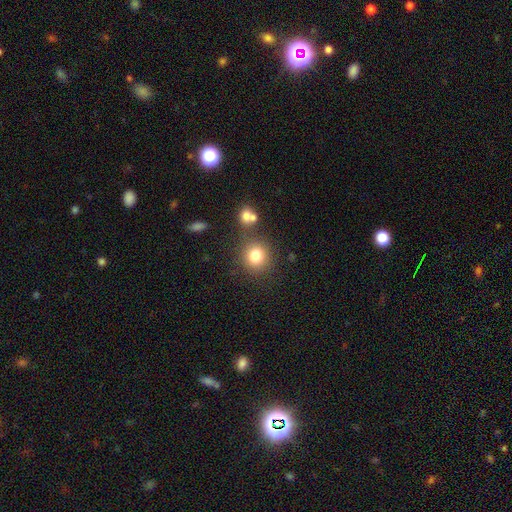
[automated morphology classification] This is clearly a smooth galaxy (80%). How rounded: clearly round (86%). Merging: likely none (78%).